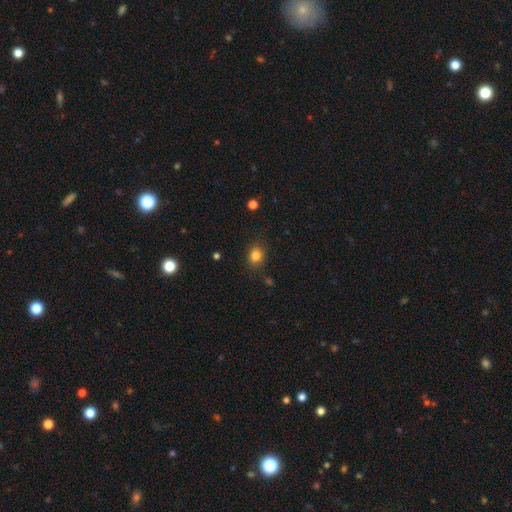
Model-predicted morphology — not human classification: Overall: smooth (83%). How rounded: round (62%; in between 37%). Merging: none (83%).